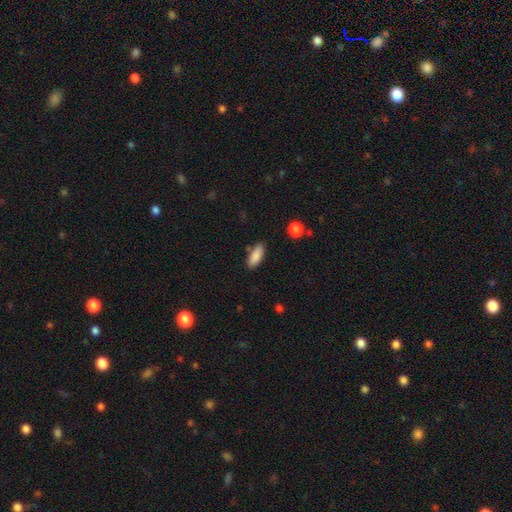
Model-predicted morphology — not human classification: smooth 88%, star or artifact 7%, featured or disk 6%. Down the decision tree: how rounded — in between (77%); merging — none (83%).